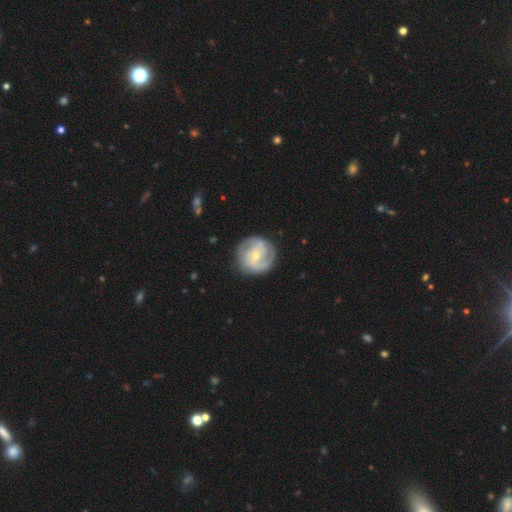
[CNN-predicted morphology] This is clearly a featured or disk galaxy (82%). It is clearly not viewed edge-on (98%). Bar: possibly no (56%). Spiral arm pattern: clearly yes (95%). Spiral arm count: marginally 2 (39%). Spiral winding: possibly tight (50%). Central bulge: likely small (61%). Merging: clearly none (81%).